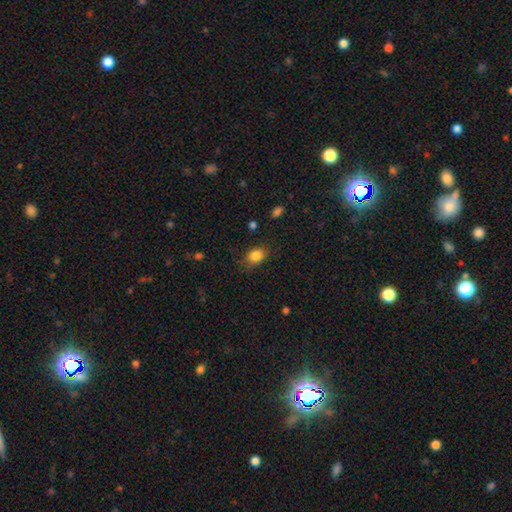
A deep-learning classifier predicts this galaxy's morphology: Overall: smooth (84%). How rounded: in between (70%). Merging: none (74%).